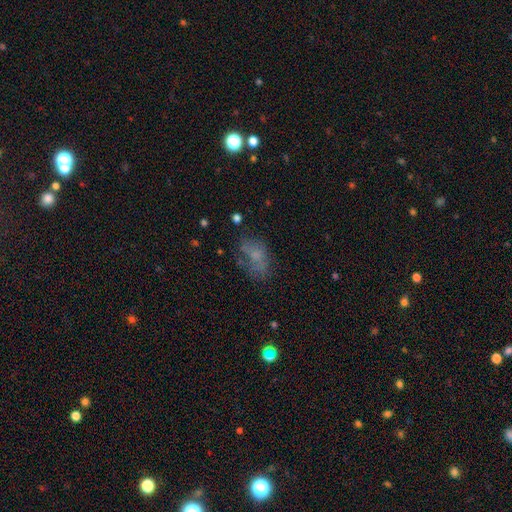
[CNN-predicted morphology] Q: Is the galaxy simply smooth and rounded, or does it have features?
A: smooth — 54%.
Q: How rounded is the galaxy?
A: in between — 84%.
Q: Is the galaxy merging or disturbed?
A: none — 44%.